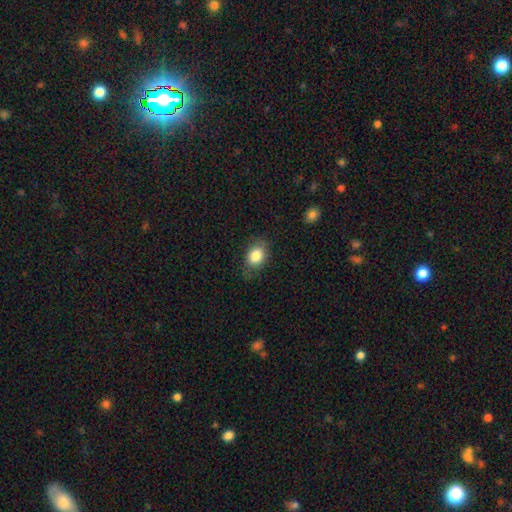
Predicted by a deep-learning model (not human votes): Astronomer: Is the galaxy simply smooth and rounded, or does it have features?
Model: smooth — 84%.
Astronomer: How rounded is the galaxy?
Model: in between — 64%.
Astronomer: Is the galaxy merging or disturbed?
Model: none — 74%.